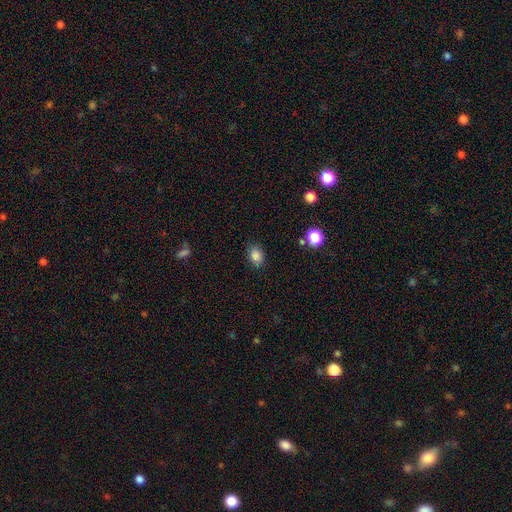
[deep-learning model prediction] Smooth or featured? smooth (84%)
How rounded? in between (64%)
Merging? none (84%)